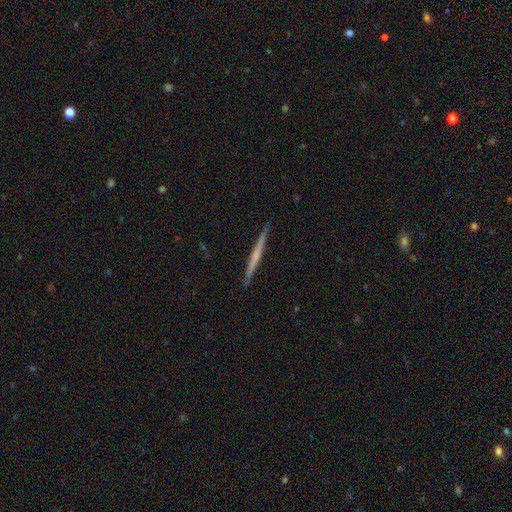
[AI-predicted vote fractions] featured or disk 59%, smooth 35%, star or artifact 6%. Down the decision tree: edge-on disk — yes (98%); edge-on bulge — none (72%); merging — none (92%).